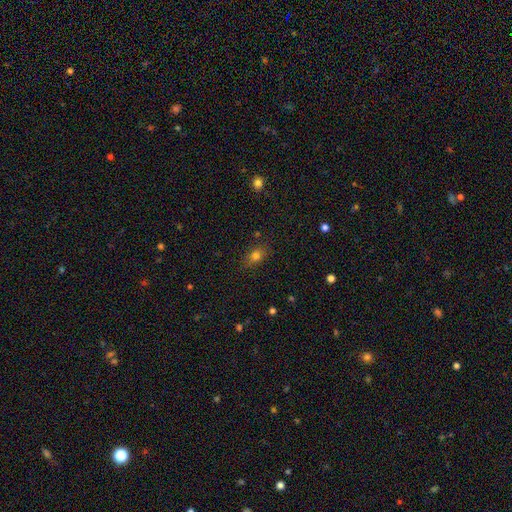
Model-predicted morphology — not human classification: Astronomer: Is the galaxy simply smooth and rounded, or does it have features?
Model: smooth — 75%.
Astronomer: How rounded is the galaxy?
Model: in between — 61%.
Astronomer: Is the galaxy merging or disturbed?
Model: none — 79%.